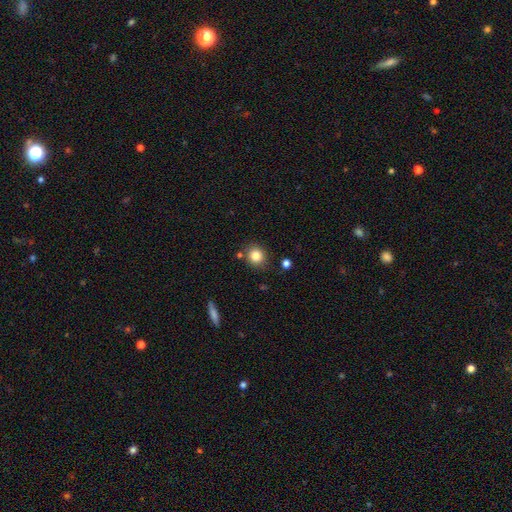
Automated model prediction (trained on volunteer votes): Smooth or featured? Predicted: smooth (p=0.83). How rounded? Predicted: round (p=0.86). Merging? Predicted: none (p=0.83).